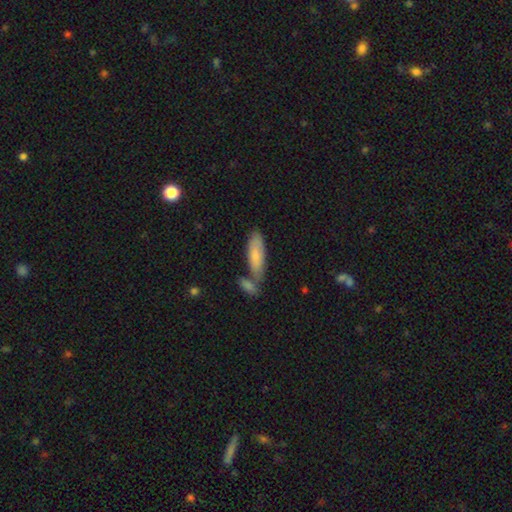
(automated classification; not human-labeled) Morphology: type=smooth (76%); roundness=in between (55%); merging=none (58%).